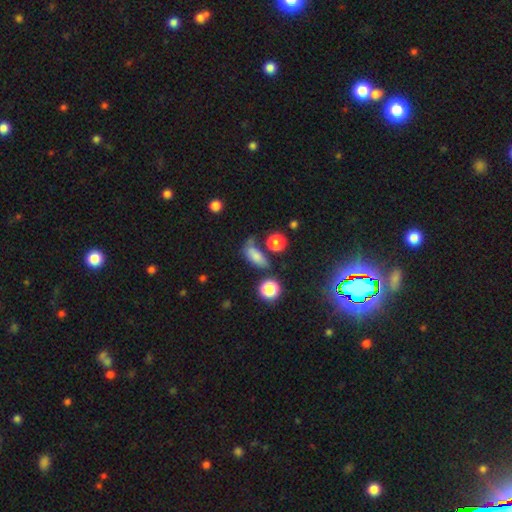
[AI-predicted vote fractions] This appears to be a smooth galaxy with no disk features (74%) that is in between round and cigar-shaped (71%). Merging: none (52%).